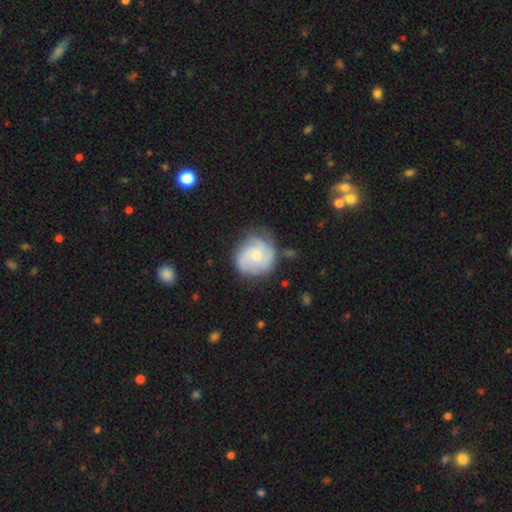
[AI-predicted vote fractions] Overall: featured or disk (69%). Edge-on disk: no (98%). Bar: no (73%). Spiral arms: yes (92%). Spiral arm count: 3 (36%; 2 28%). Spiral winding: tight (48%; medium 39%). Bulge size: small (55%; moderate 40%). Merging: none (71%).